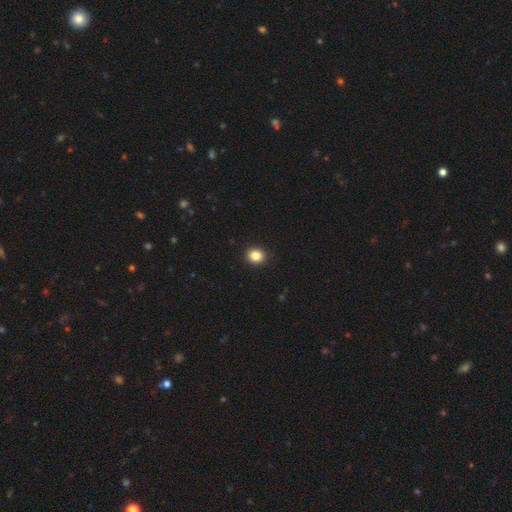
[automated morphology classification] Smooth or featured?
  - smooth: 85% *
  - star or artifact: 11%
  - featured or disk: 4%
How rounded?
  - round: 69% *
  - in between: 30%
  - cigar-shaped: 1%
Merging?
  - none: 92% *
  - minor disturbance: 5%
  - major disturbance: 2%
  - merger: 1%